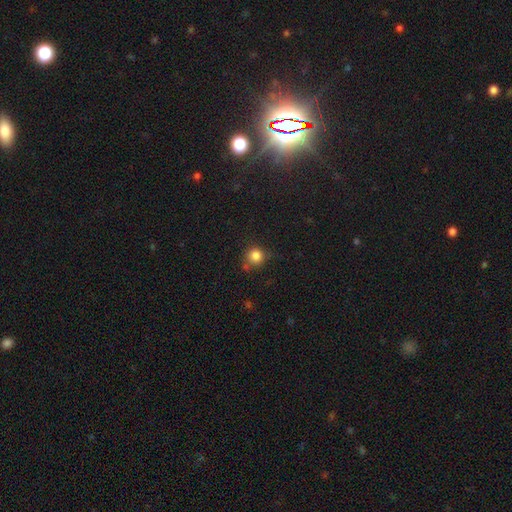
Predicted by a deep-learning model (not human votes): A smooth galaxy with no disk features (83%) that is round (91%). Merging: none (69%).